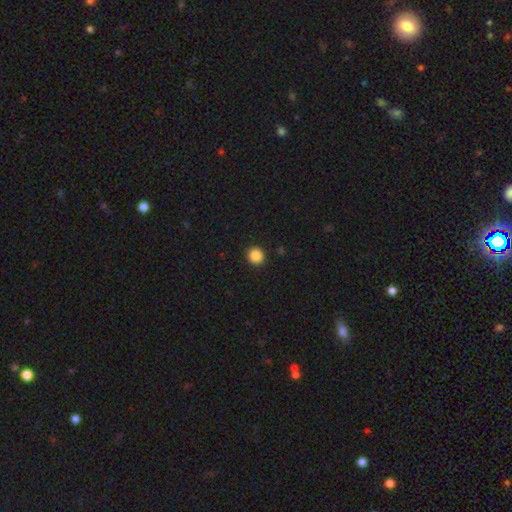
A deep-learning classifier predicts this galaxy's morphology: A smooth galaxy with no disk features (87%) that is round (94%).

Vote fractions:
- Smooth or featured? smooth: 87% / star or artifact: 10% / featured or disk: 2%
- How rounded? round: 94% / in between: 5% / cigar-shaped: 1%
- Merging? none: 93% / minor disturbance: 5% / major disturbance: 2% / merger: 1%